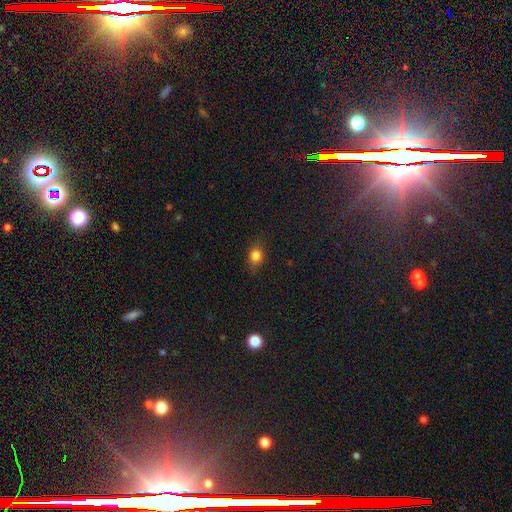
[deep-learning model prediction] Smooth or featured? smooth (80%)
How rounded? round (59%)
Merging? none (75%)